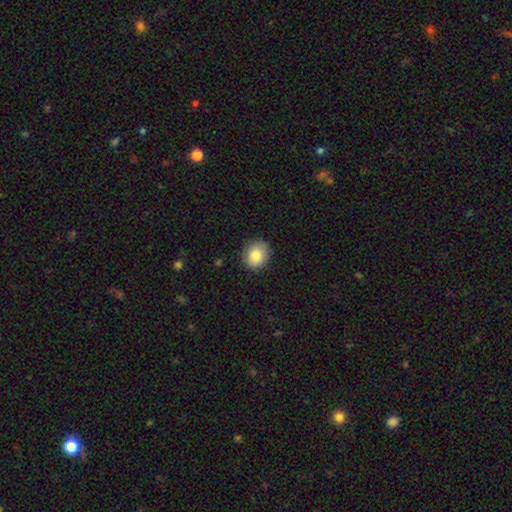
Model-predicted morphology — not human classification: Overall: smooth (85%). How rounded: round (77%). Merging: none (85%).